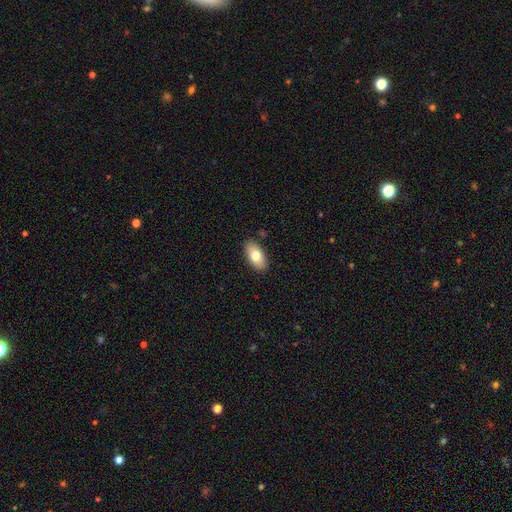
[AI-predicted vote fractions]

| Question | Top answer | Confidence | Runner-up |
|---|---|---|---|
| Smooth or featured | smooth | 77% | featured or disk (17%) |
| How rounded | in between | 93% | round (3%) |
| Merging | none | 87% | minor disturbance (9%) |